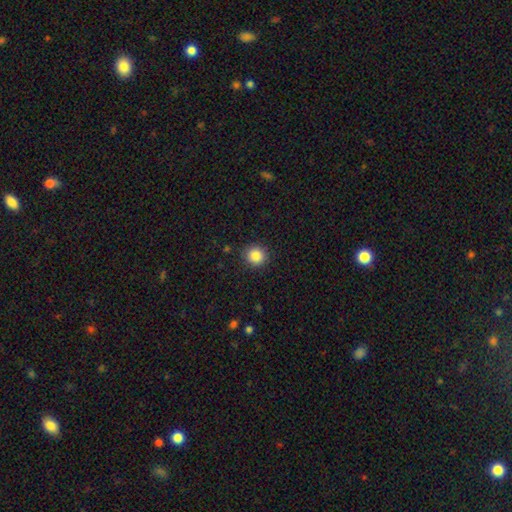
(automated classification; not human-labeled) smooth-or-featured: smooth: 86% | star or artifact: 10% | featured or disk: 4%
  how-rounded: round: 91% | in between: 8% | cigar-shaped: 1%
  merging: none: 91% | minor disturbance: 6% | major disturbance: 2% | merger: 1%